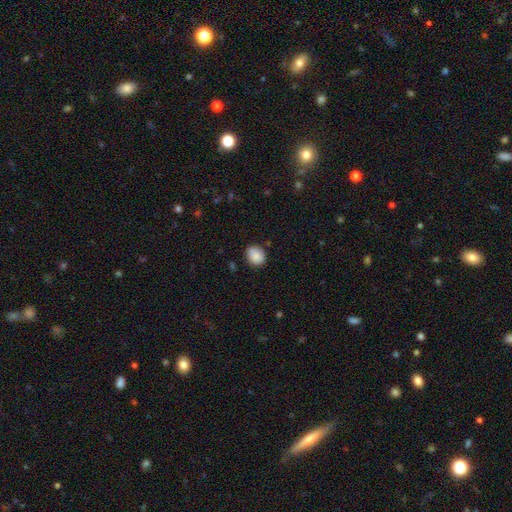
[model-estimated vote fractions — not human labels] Q: Smooth or featured?
A: smooth (86%); runner-up: star or artifact (8%)
Q: How rounded?
A: in between (50%); runner-up: round (49%)
Q: Merging?
A: none (78%); runner-up: minor disturbance (17%)